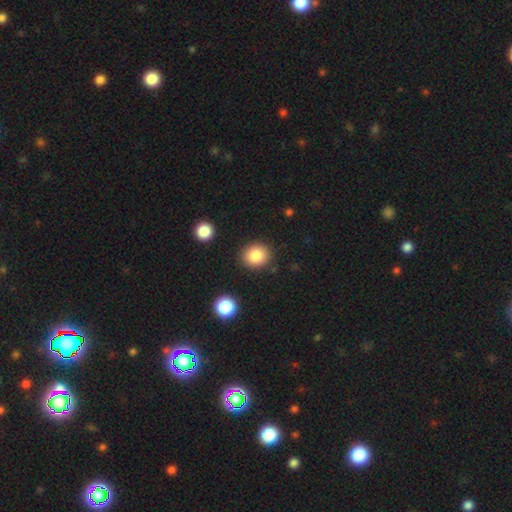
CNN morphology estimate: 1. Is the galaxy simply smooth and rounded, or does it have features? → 84% smooth, 9% star or artifact, 6% featured or disk.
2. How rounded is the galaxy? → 80% round, 19% in between, 1% cigar-shaped.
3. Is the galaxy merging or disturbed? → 87% none, 8% minor disturbance, 3% merger, 3% major disturbance.